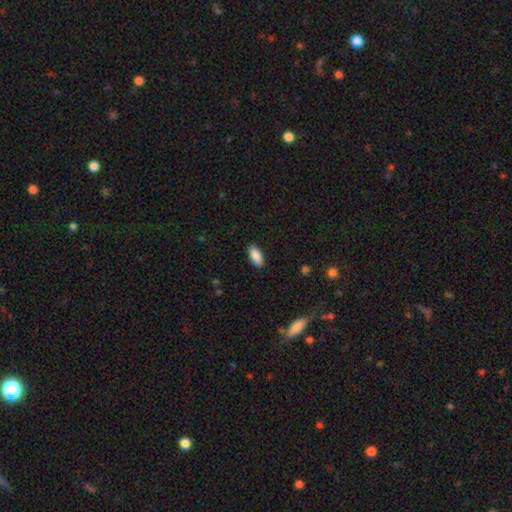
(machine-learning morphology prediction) Overall: smooth (89%). How rounded: in between (89%). Merging: none (88%).